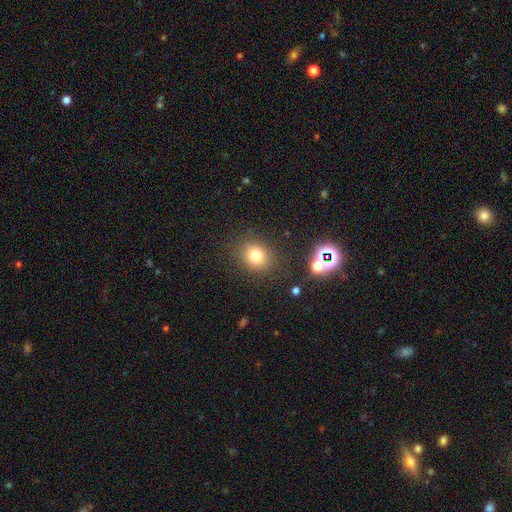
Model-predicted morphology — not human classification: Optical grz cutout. It shows a smooth galaxy with no disk features (76%) that is round (76%). Merging: none (85%).